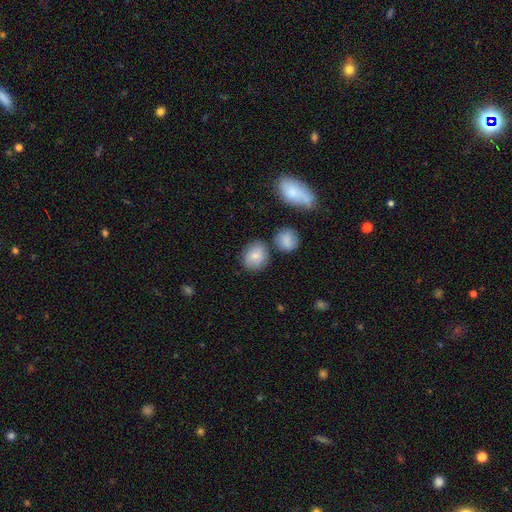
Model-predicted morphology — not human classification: This is likely a smooth galaxy (77%). How rounded: likely round (64%). Merging: likely none (70%).